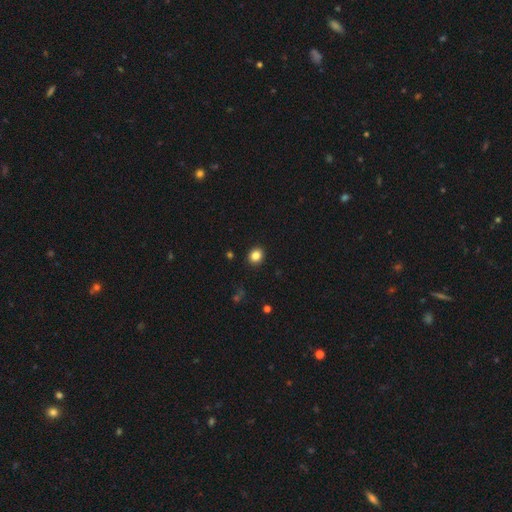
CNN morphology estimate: This appears to be a smooth galaxy with no disk features (84%) that is round (70%). Merging: none (91%).